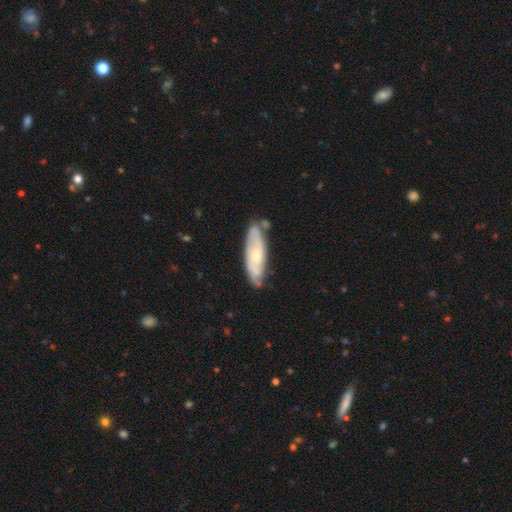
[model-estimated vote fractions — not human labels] Q: Smooth or featured?
A: featured or disk (58%); runner-up: smooth (36%)
Q: Edge-on disk?
A: no (76%); runner-up: yes (24%)
Q: Merging?
A: none (68%); runner-up: minor disturbance (21%)